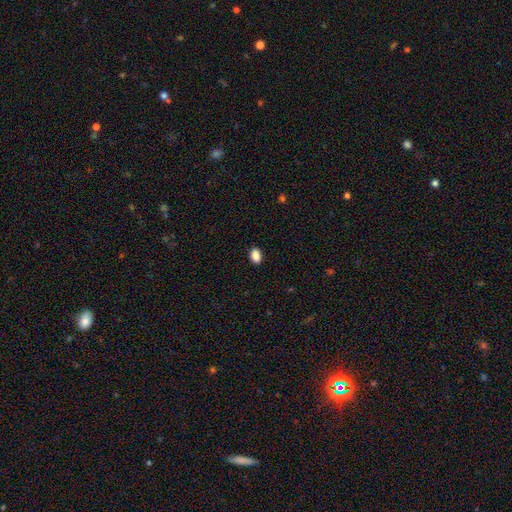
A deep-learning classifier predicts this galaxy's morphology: Smooth or featured? smooth (88%)
How rounded? in between (85%)
Merging? none (90%)